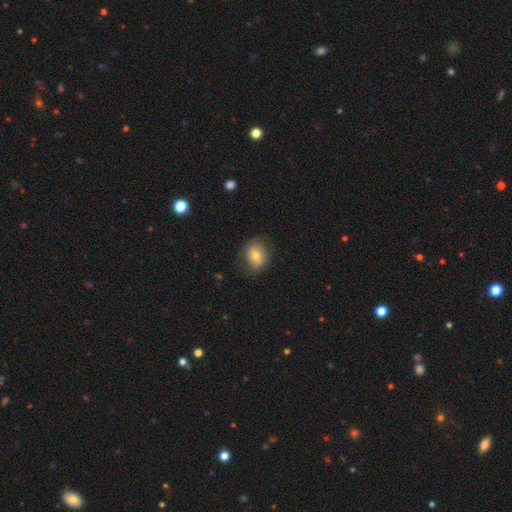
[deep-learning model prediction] A smooth galaxy with no disk features (66%) that is in between round and cigar-shaped (50%). Merging: none (74%).